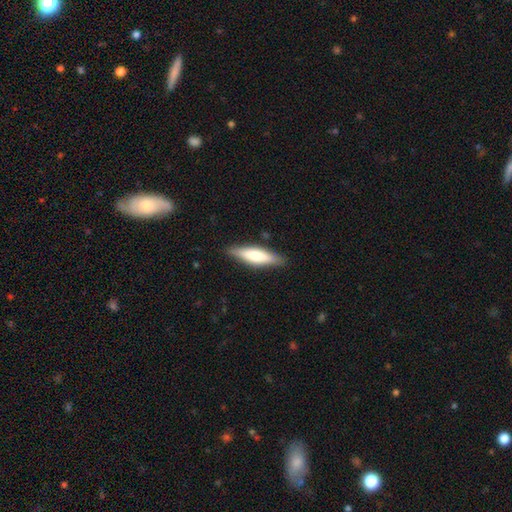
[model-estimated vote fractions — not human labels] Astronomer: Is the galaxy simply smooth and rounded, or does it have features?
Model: smooth — 60%.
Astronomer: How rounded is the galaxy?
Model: cigar-shaped — 66%.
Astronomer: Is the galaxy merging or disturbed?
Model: none — 86%.